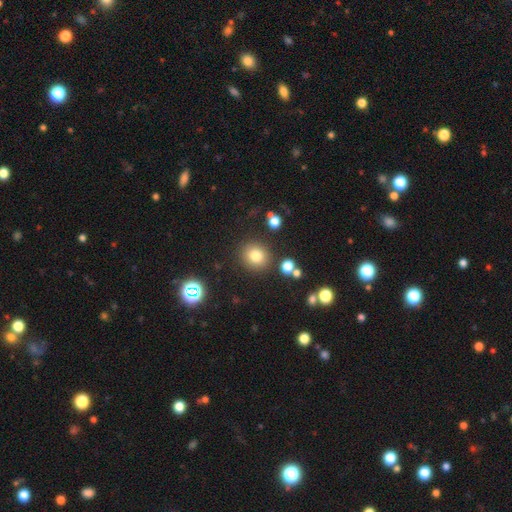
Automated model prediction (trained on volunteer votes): Q: Smooth or featured?
A: smooth (79%); runner-up: star or artifact (14%)
Q: How rounded?
A: round (86%); runner-up: in between (13%)
Q: Merging?
A: none (85%); runner-up: minor disturbance (8%)